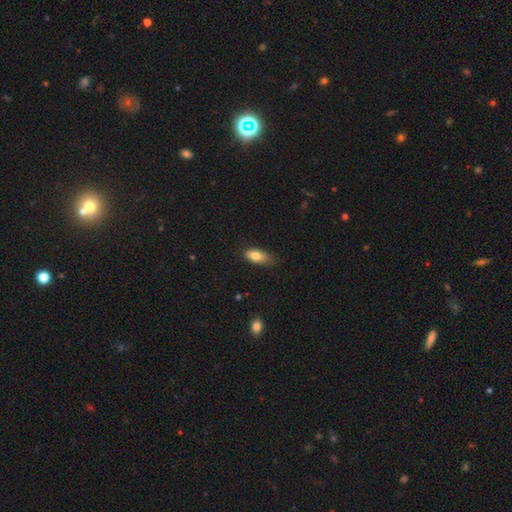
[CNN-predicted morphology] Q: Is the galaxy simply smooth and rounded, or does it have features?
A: smooth — 79%.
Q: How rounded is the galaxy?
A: in between — 87%.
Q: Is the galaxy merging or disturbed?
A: none — 66%.